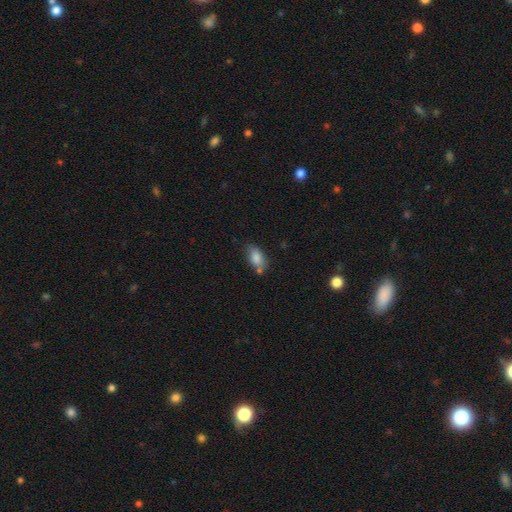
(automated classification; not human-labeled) A smooth galaxy with no disk features (84%) that is in between round and cigar-shaped (89%). Merging: none (61%).